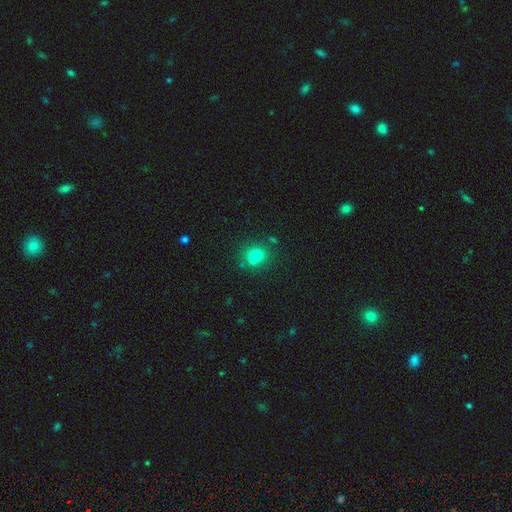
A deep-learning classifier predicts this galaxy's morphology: A smooth galaxy with no disk features (73%) that is round (80%). Merging: none (62%).